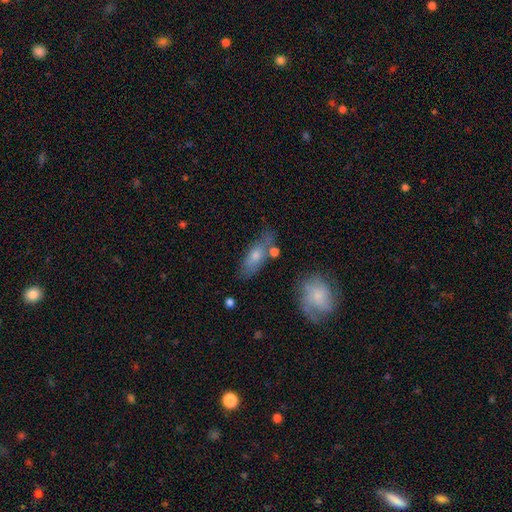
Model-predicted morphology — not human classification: Smooth or featured?
  - smooth: 63% *
  - featured or disk: 29%
  - star or artifact: 7%
How rounded?
  - in between: 65% *
  - cigar-shaped: 31%
  - round: 4%
Merging?
  - none: 62% *
  - minor disturbance: 20%
  - merger: 11%
  - major disturbance: 7%